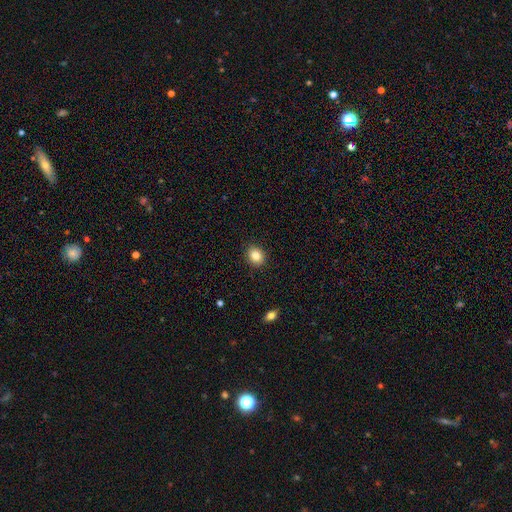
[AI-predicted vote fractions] Smooth or featured? Predicted: smooth (p=0.84). How rounded? Predicted: round (p=0.66). Merging? Predicted: none (p=0.90).